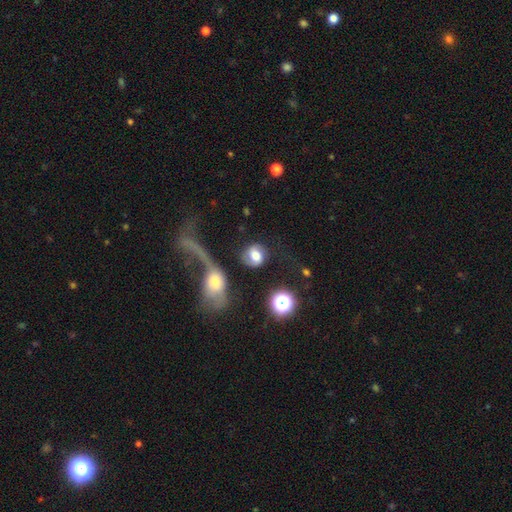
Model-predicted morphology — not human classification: type=smooth (57%); roundness=round (69%); merging=none (59%).